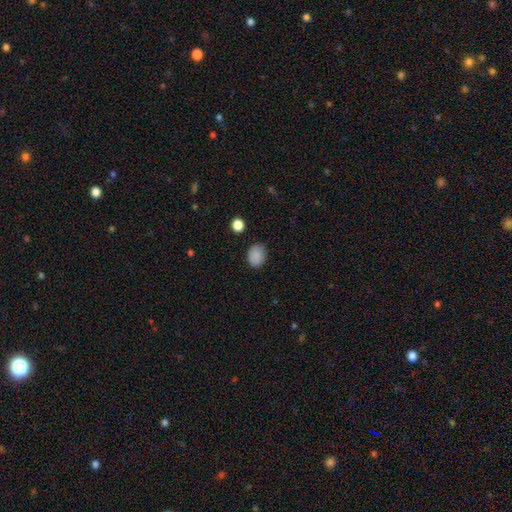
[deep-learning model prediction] Morphology: type=smooth (87%); roundness=in between (53%); merging=none (82%).